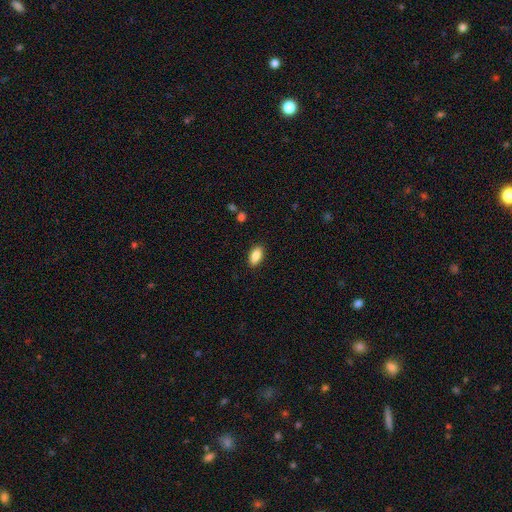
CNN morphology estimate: Smooth or featured? Predicted: smooth (p=0.88). How rounded? Predicted: in between (p=0.92). Merging? Predicted: none (p=0.89).